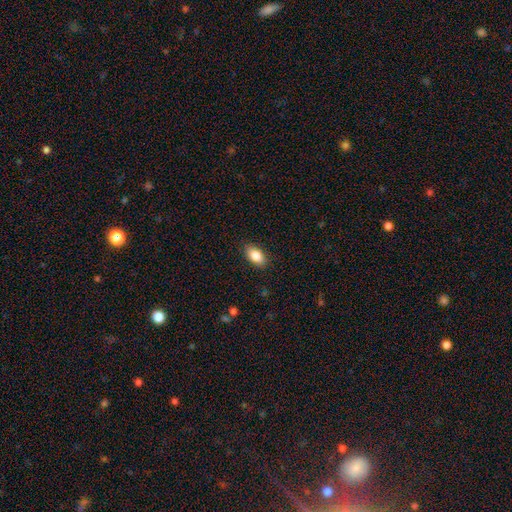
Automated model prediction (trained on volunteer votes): The model was most divided on "smooth or featured": smooth: 86%, star or artifact: 8%, featured or disk: 6%. More confident: how rounded — in between (92%); merging — none (88%).